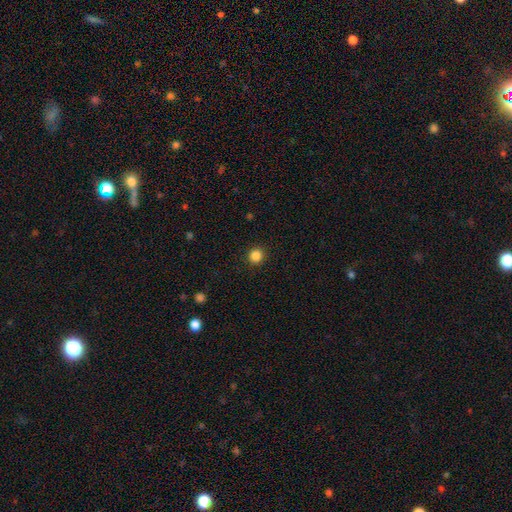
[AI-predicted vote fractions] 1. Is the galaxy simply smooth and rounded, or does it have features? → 85% smooth, 11% star or artifact, 3% featured or disk.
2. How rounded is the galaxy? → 93% round, 6% in between, 1% cigar-shaped.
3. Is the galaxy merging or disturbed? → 92% none, 5% minor disturbance, 2% major disturbance, 1% merger.